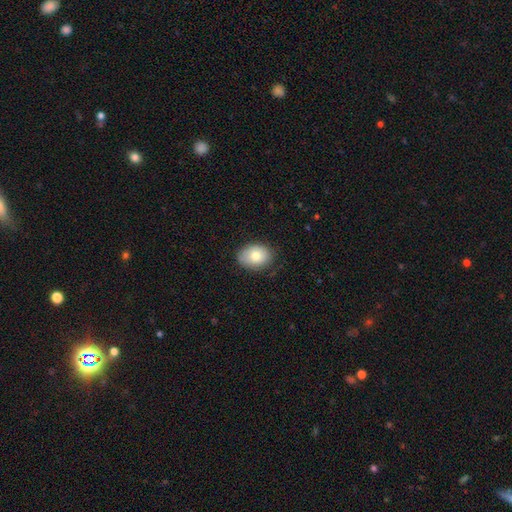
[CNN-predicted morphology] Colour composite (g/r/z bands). It shows a smooth galaxy with no disk features (76%) that is in between round and cigar-shaped (71%). Merging: none (81%).